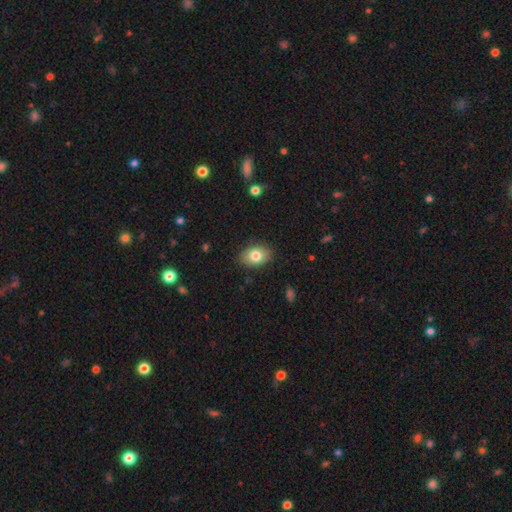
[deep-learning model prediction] Smooth or featured?
  - smooth: 81% *
  - featured or disk: 11%
  - star or artifact: 8%
How rounded?
  - in between: 80% *
  - round: 19%
  - cigar-shaped: 1%
Merging?
  - none: 87% *
  - minor disturbance: 10%
  - major disturbance: 2%
  - merger: 1%